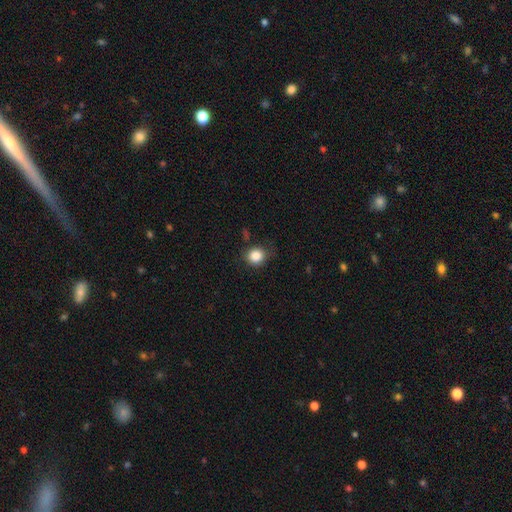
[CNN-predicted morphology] Smooth or featured: smooth — 86% (star or artifact — 10%)
How rounded: round — 85% (in between — 14%)
Merging: none — 77% (minor disturbance — 17%)